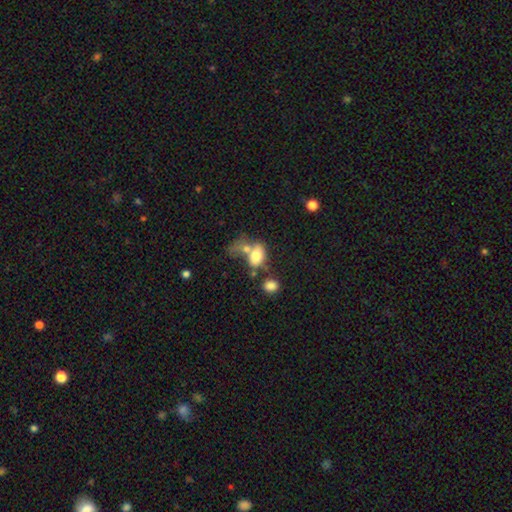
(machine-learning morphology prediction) Smooth or featured? smooth (72%)
How rounded? in between (82%)
Merging? merger (49%)